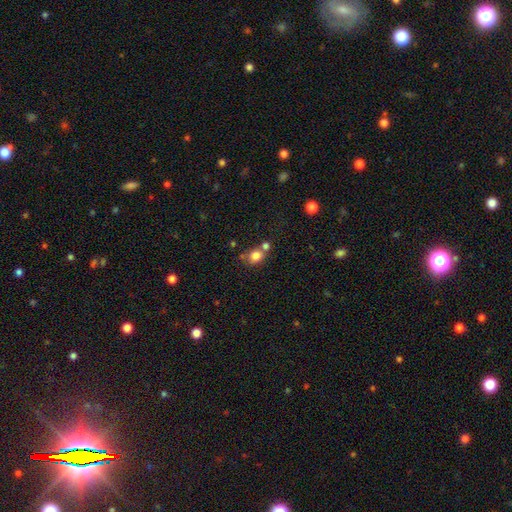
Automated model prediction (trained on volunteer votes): Smooth or featured?
  - smooth: 80% *
  - star or artifact: 11%
  - featured or disk: 9%
How rounded?
  - round: 71% *
  - in between: 28%
  - cigar-shaped: 1%
Merging?
  - none: 49% *
  - merger: 37%
  - minor disturbance: 11%
  - major disturbance: 4%